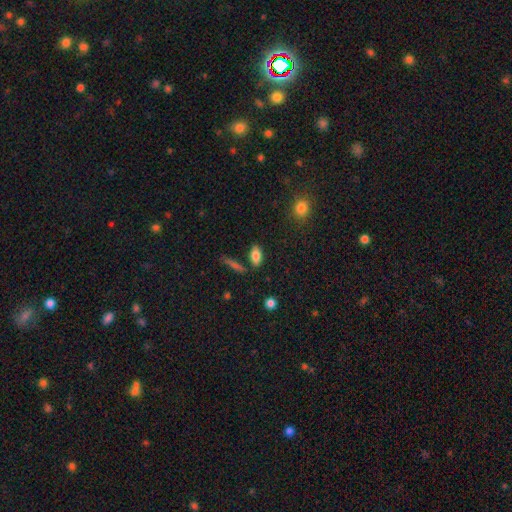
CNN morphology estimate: The model was most divided on "merging": none: 77%, minor disturbance: 12%, merger: 7%, major disturbance: 4%. More confident: how rounded — in between (84%); smooth or featured — smooth (82%).